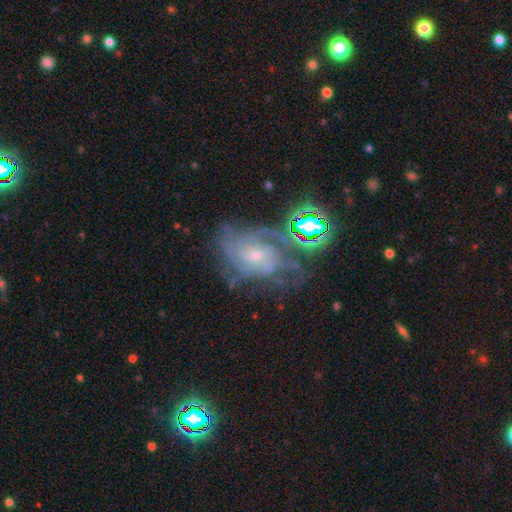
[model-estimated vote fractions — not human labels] A featured or disk galaxy (73%) with no bar (66%), tight (50%) spiral arms (85%) and a small central bulge (59%). Merging: none (45%).